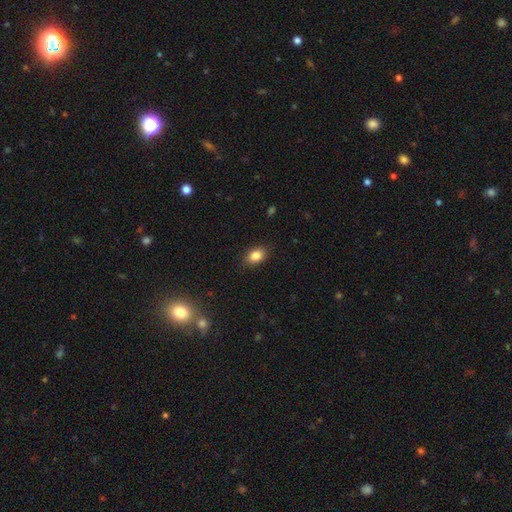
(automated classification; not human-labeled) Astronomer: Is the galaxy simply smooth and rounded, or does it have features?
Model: smooth — 84%.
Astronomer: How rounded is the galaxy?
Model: in between — 82%.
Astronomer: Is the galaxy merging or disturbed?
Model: none — 88%.